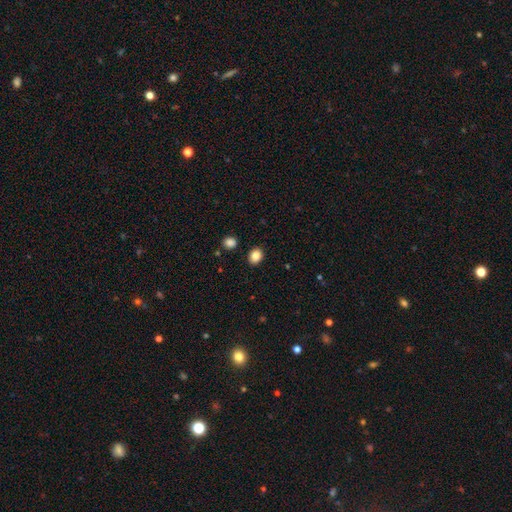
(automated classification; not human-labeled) smooth-or-featured: smooth: 86% | star or artifact: 10% | featured or disk: 5%
  how-rounded: in between: 53% | round: 46% | cigar-shaped: 1%
  merging: none: 88% | minor disturbance: 7% | merger: 2% | major disturbance: 2%